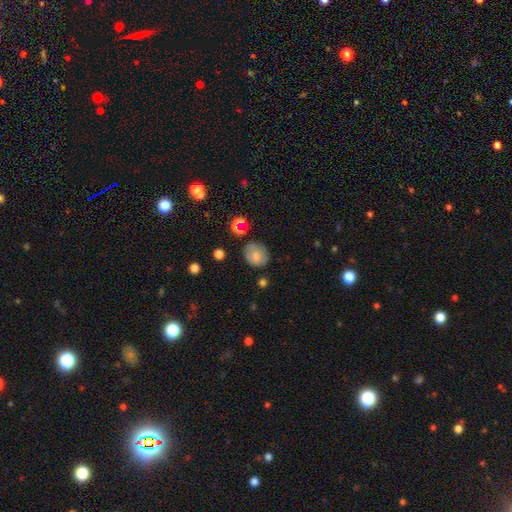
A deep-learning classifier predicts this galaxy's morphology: type=smooth (73%); roundness=round (63%); merging=none (70%).